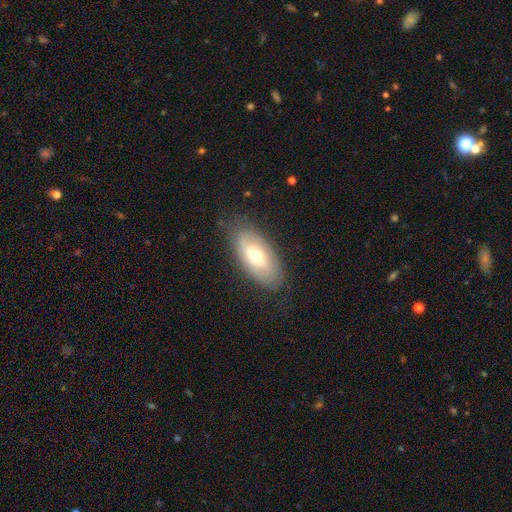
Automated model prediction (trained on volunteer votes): Smooth or featured? featured or disk (48%)
Merging? none (77%)